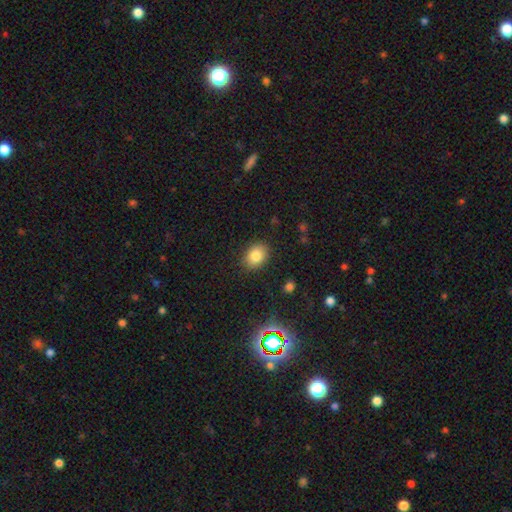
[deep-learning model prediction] Q: Smooth or featured?
A: smooth (83%); runner-up: star or artifact (10%)
Q: How rounded?
A: in between (61%); runner-up: round (38%)
Q: Merging?
A: none (87%); runner-up: minor disturbance (9%)